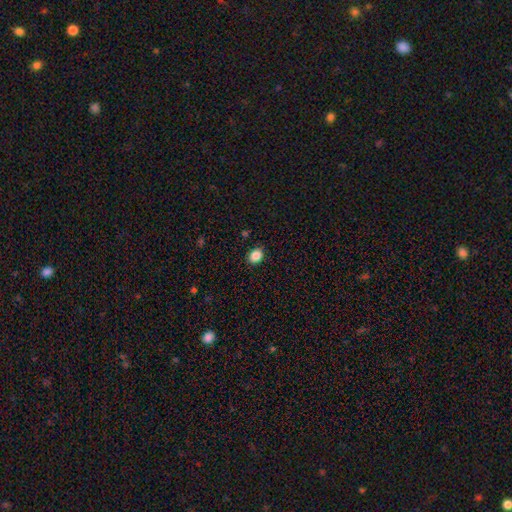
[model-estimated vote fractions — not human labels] The model was most divided on "how rounded": in between: 57%, round: 42%, cigar-shaped: 1%. More confident: merging — none (89%); smooth or featured — smooth (86%).